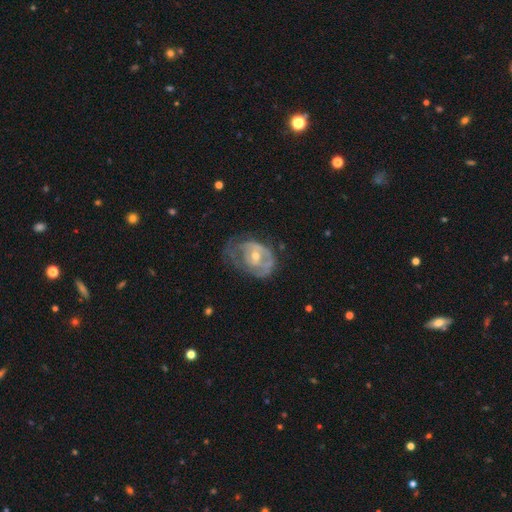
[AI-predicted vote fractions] A featured or disk galaxy (74%) with no bar (59%), spiral arms (63%) and a moderate central bulge (51%).

Vote fractions:
- Smooth or featured? featured or disk: 74% / smooth: 19% / star or artifact: 7%
- Edge-on disk? no: 97% / yes: 3%
- Bar? no: 59% / weak: 32% / strong: 8%
- Spiral arms? yes: 63% / no: 37%
- Bulge size? moderate: 51% / small: 45% / large: 2% / none: 1% / dominant: 1%
- Merging? none: 41% / major disturbance: 29% / minor disturbance: 28% / merger: 2%